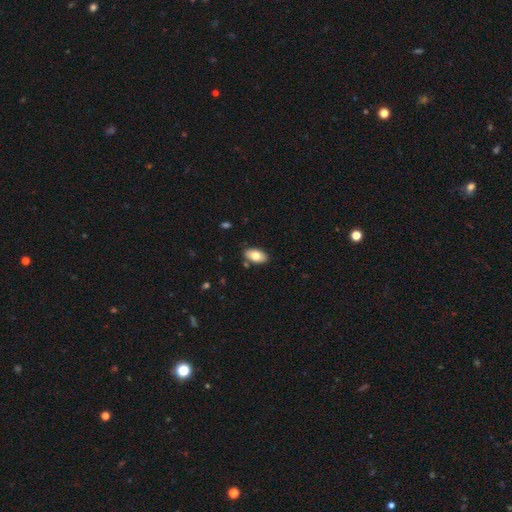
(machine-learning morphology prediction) Smooth or featured: smooth — 79% (featured or disk — 14%)
How rounded: in between — 94% (round — 4%)
Merging: none — 85% (minor disturbance — 10%)